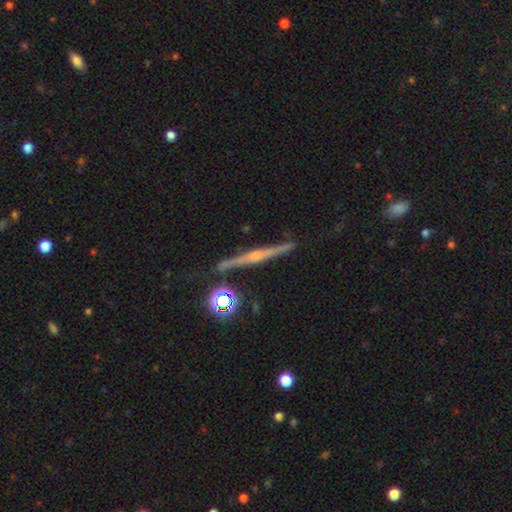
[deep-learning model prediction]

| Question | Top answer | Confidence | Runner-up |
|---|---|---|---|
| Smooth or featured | featured or disk | 83% | smooth (10%) |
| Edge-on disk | yes | 98% | no (2%) |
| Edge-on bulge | rounded | 80% | none (13%) |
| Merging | none | 85% | minor disturbance (10%) |